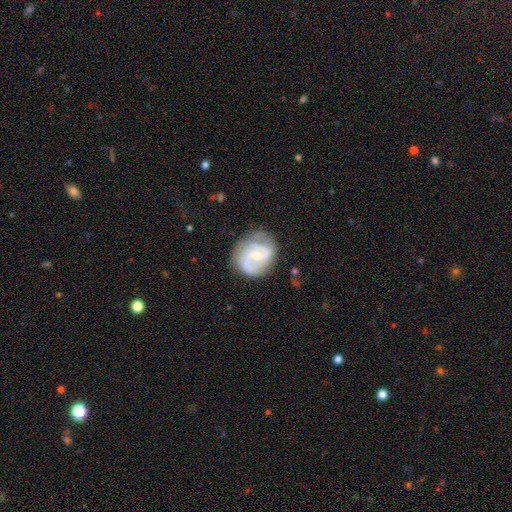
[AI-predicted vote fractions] Smooth or featured? featured or disk (78%)
Edge-on disk? no (98%)
Bar? no (46%)
Spiral arms? yes (91%)
Spiral winding? medium (45%)
Spiral arm count? 2 (69%)
Bulge size? small (58%)
Merging? none (70%)